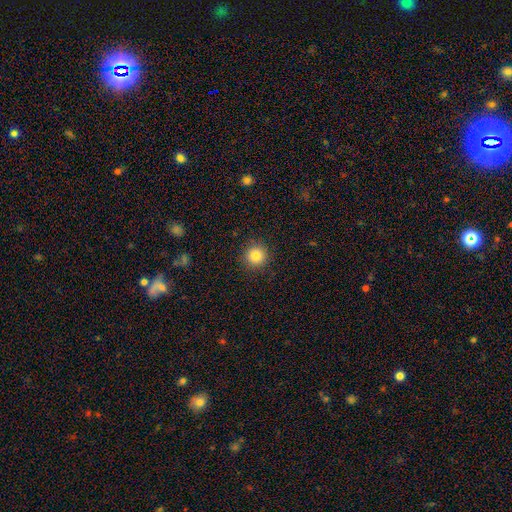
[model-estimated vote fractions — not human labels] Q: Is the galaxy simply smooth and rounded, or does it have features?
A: smooth — 85%.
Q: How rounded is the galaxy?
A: round — 95%.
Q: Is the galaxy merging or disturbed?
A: none — 91%.